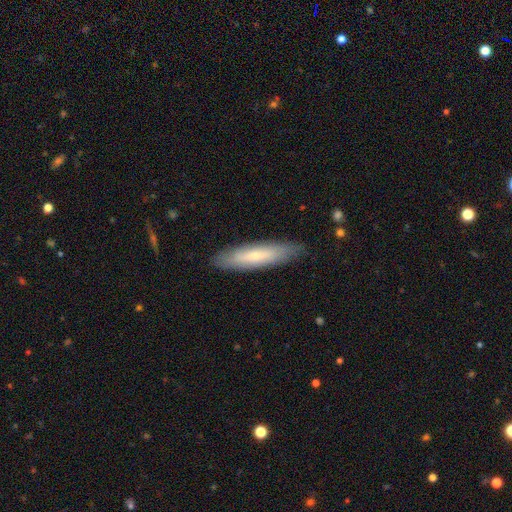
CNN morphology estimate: Smooth or featured? Predicted: smooth (p=0.61). How rounded? Predicted: cigar-shaped (p=0.76). Merging? Predicted: none (p=0.86).